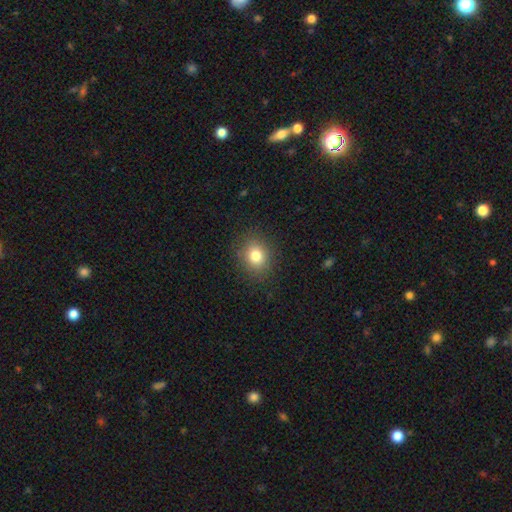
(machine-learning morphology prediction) type=smooth (80%); roundness=round (68%); merging=none (87%).